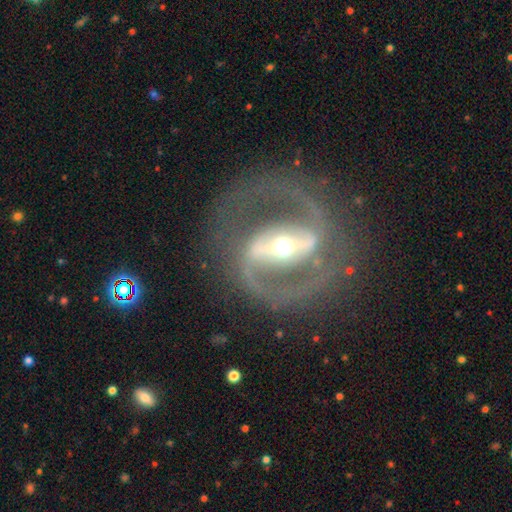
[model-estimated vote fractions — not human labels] smooth-or-featured: featured or disk: 90% | star or artifact: 5% | smooth: 5%
  disk-edge-on: no: 95% | yes: 5%
    bar: strong: 74% | weak: 18% | no: 8%
    has-spiral-arms: yes: 92% | no: 8%
      spiral-winding: medium: 58% | tight: 27% | loose: 15%
      spiral-arm-count: 2: 91% | can't tell: 3% | 1: 2% | 3: 2% | 4: 1% | more than 4: 1%
    bulge-size: moderate: 61% | small: 29% | large: 7% | dominant: 1% | none: 1%
  merging: none: 78% | minor disturbance: 12% | major disturbance: 9% | merger: 2%